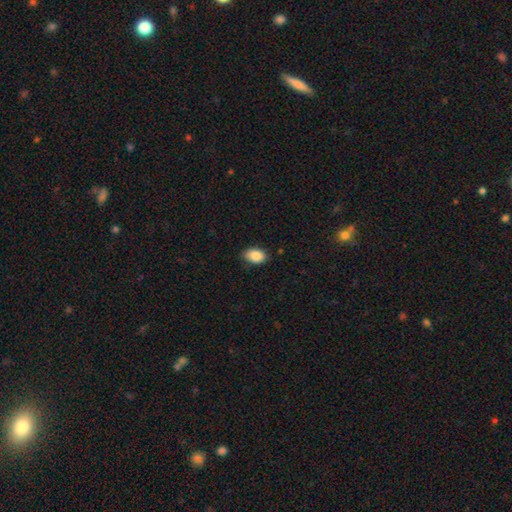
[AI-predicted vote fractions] smooth-or-featured: smooth: 88% | star or artifact: 7% | featured or disk: 4%
  how-rounded: in between: 89% | round: 10% | cigar-shaped: 1%
  merging: none: 80% | minor disturbance: 17% | major disturbance: 3% | merger: 1%